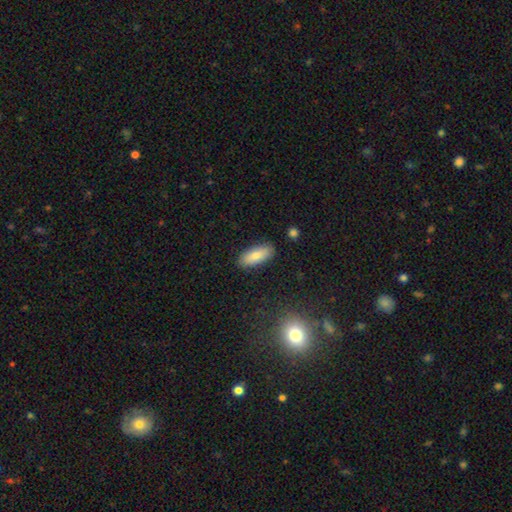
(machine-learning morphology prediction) Smooth or featured?
  - smooth: 80% *
  - featured or disk: 13%
  - star or artifact: 7%
How rounded?
  - in between: 80% *
  - cigar-shaped: 18%
  - round: 2%
Merging?
  - none: 88% *
  - minor disturbance: 9%
  - major disturbance: 2%
  - merger: 1%